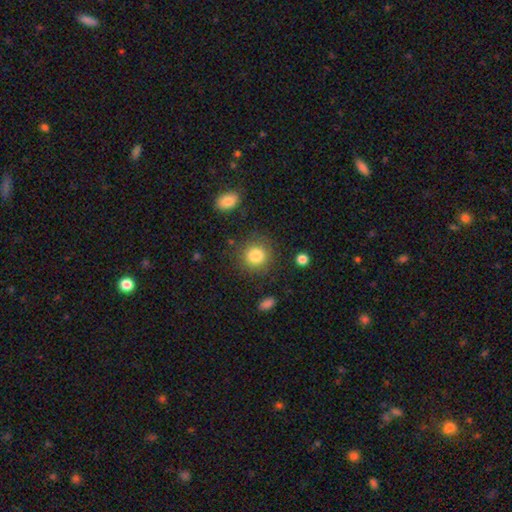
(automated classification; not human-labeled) Smooth or featured: smooth — 84% (star or artifact — 10%)
How rounded: round — 89% (in between — 10%)
Merging: none — 85% (minor disturbance — 9%)